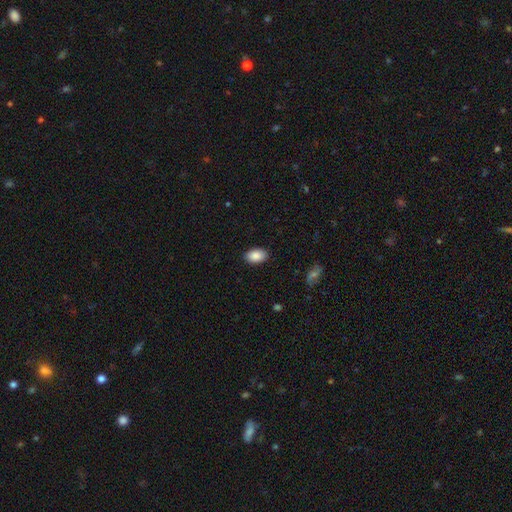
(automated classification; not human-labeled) A smooth galaxy with no disk features (88%) that is in between round and cigar-shaped (92%). Merging: none (88%).